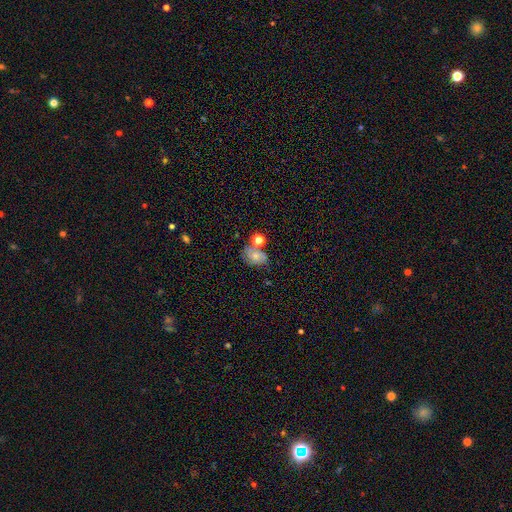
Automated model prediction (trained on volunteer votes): This is likely a smooth galaxy (64%). How rounded: likely in between (63%). Merging: possibly none (46%).